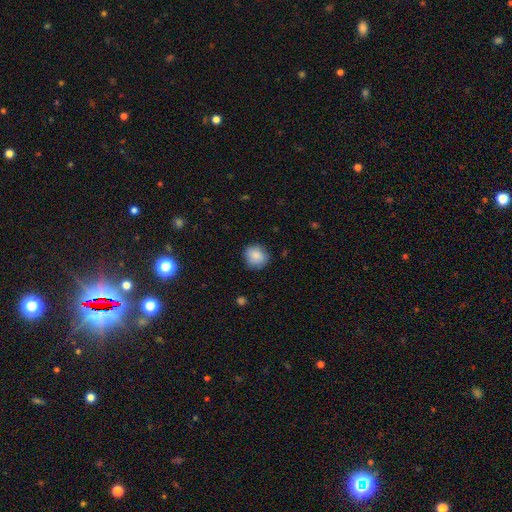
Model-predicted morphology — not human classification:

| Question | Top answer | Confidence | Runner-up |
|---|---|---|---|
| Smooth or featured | smooth | 86% | star or artifact (8%) |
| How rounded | round | 85% | in between (14%) |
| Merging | none | 83% | minor disturbance (13%) |